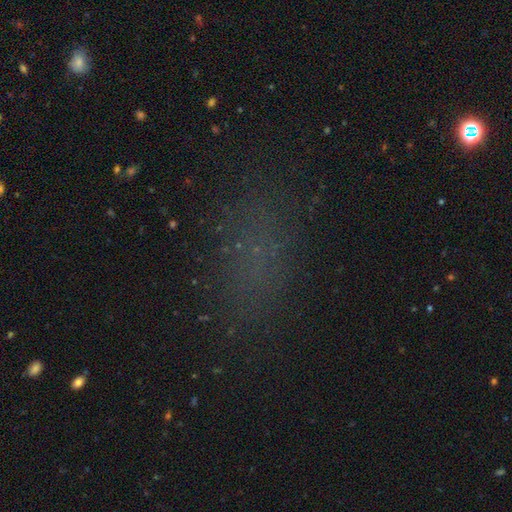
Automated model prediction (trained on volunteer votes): Smooth or featured: smooth — 55% (star or artifact — 35%)
How rounded: in between — 79% (round — 15%)
Merging: none — 78% (minor disturbance — 13%)